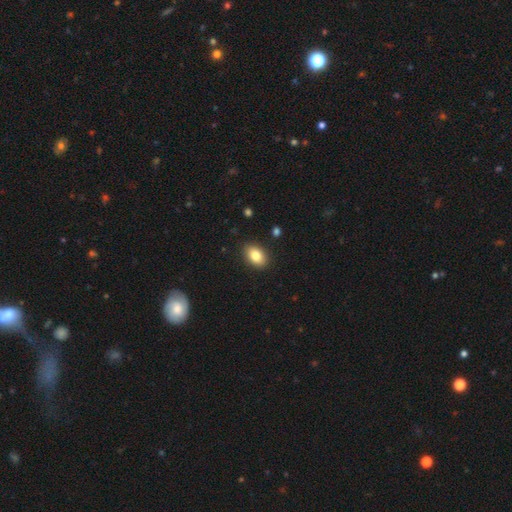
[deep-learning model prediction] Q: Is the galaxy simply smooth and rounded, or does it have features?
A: smooth — 83%.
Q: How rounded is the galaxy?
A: in between — 88%.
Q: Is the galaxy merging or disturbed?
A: none — 88%.